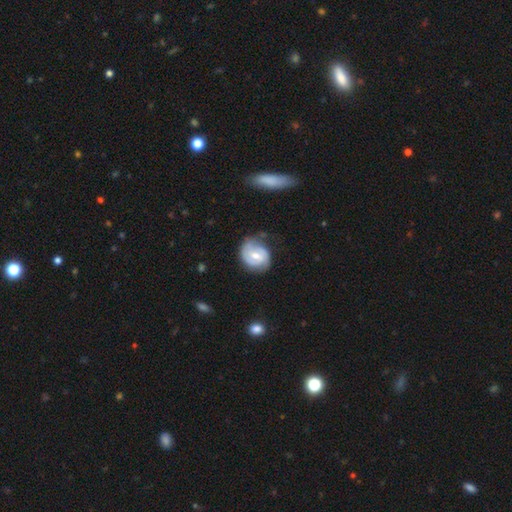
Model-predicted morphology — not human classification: Smooth or featured?
  - featured or disk: 63% *
  - smooth: 32%
  - star or artifact: 6%
Edge-on disk?
  - no: 97% *
  - yes: 3%
Bar?
  - weak: 51% *
  - no: 36%
  - strong: 13%
Spiral arms?
  - yes: 84% *
  - no: 16%
Spiral winding?
  - tight: 49% *
  - medium: 37%
  - loose: 14%
Spiral arm count?
  - 2: 65% *
  - can't tell: 20%
  - 3: 7%
  - 1: 6%
  - 4: 2%
  - more than 4: 1%
Bulge size?
  - moderate: 61% *
  - small: 33%
  - large: 3%
  - none: 2%
  - dominant: 1%
Merging?
  - none: 63% *
  - minor disturbance: 26%
  - major disturbance: 8%
  - merger: 3%